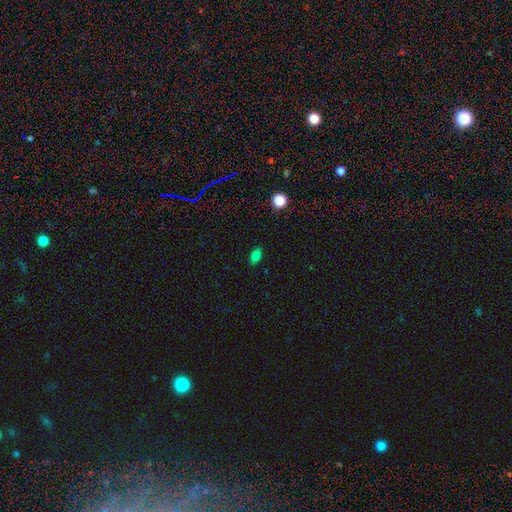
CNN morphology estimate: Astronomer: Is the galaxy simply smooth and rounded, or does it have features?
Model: smooth — 80%.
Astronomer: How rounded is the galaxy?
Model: in between — 87%.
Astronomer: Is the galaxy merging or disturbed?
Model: none — 87%.